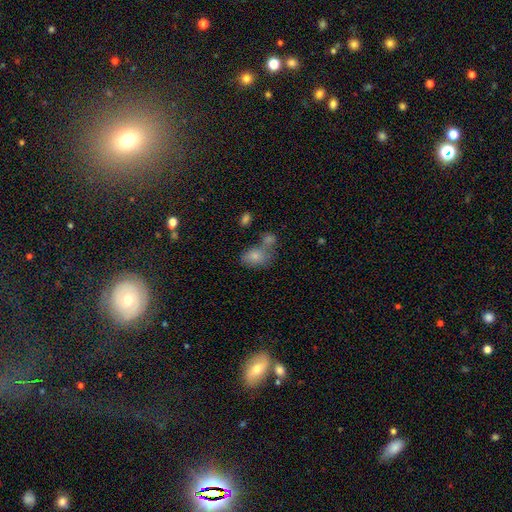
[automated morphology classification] The model was most divided on "merging": none: 38%, merger: 37%, minor disturbance: 16%, major disturbance: 8%. More confident: how rounded — in between (79%); smooth or featured — smooth (78%).